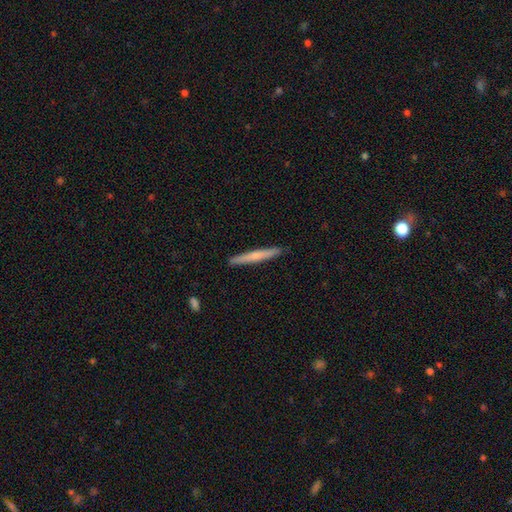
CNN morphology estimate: Smooth or featured? smooth (59%)
How rounded? cigar-shaped (96%)
Merging? none (92%)